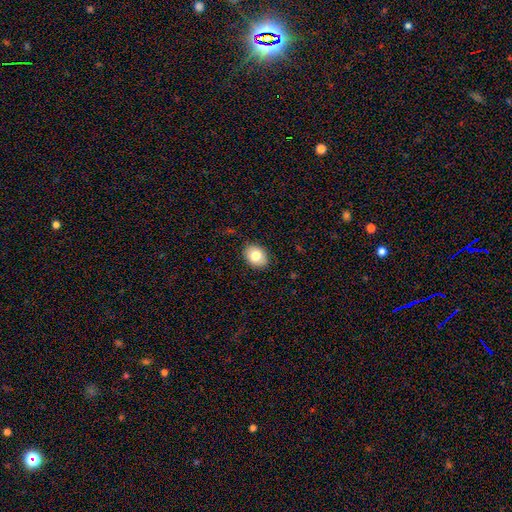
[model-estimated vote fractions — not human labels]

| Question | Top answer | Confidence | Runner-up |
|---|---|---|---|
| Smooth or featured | smooth | 81% | featured or disk (11%) |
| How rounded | in between | 63% | round (36%) |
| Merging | none | 86% | minor disturbance (11%) |